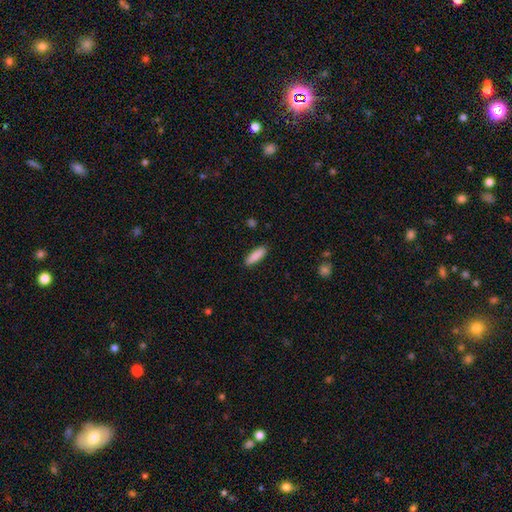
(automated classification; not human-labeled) This appears to be a smooth galaxy with no disk features (89%) that is cigar-shaped (55%). Merging: none (89%).